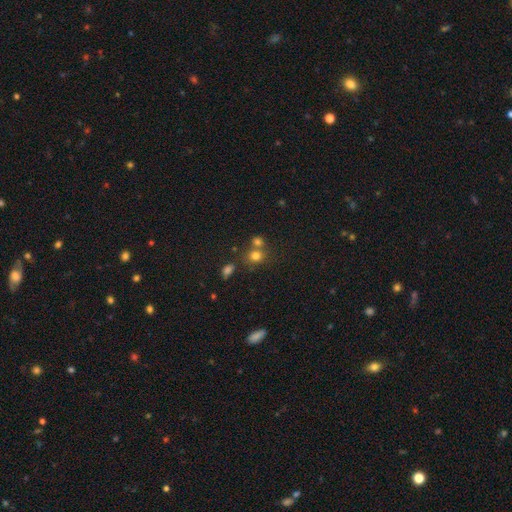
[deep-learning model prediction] Q: Smooth or featured?
A: smooth (75%); runner-up: star or artifact (16%)
Q: How rounded?
A: round (75%); runner-up: in between (24%)
Q: Merging?
A: none (54%); runner-up: merger (33%)